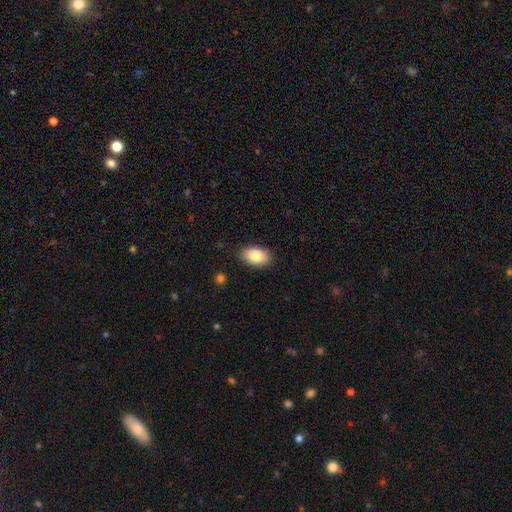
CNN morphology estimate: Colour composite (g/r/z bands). It shows a smooth galaxy with no disk features (84%) that is in between round and cigar-shaped (91%). Merging: none (86%).